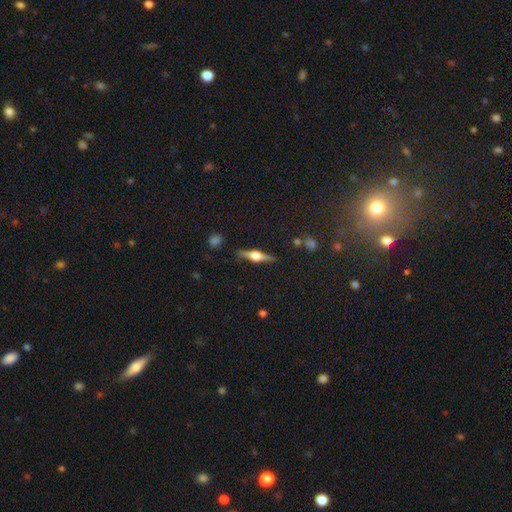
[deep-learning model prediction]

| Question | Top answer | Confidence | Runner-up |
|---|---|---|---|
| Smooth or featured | featured or disk | 70% | smooth (23%) |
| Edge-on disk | yes | 97% | no (3%) |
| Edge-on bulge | rounded | 92% | boxy (6%) |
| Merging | none | 87% | minor disturbance (9%) |